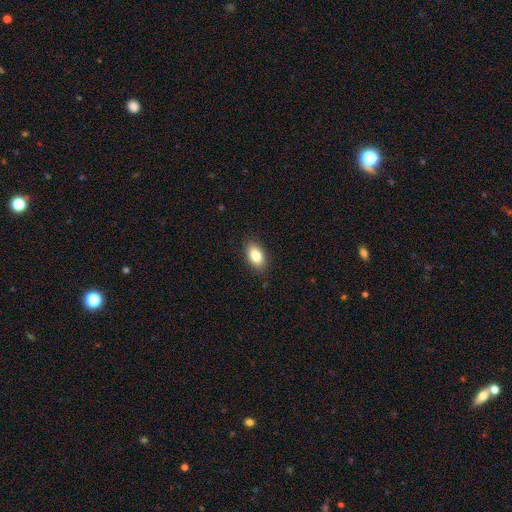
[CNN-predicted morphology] smooth_or_featured: smooth (p=0.83) [alt: featured or disk p=0.10]
how_rounded: in between (p=0.91) [alt: round p=0.06]
merging: none (p=0.87) [alt: minor disturbance p=0.10]